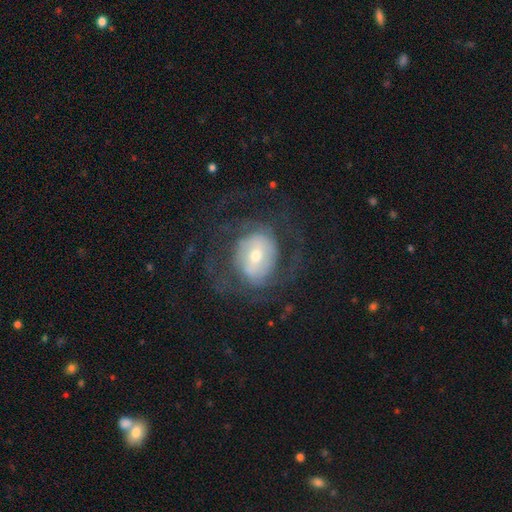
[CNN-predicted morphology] smooth_or_featured: featured or disk (p=0.71) [alt: smooth p=0.22]
disk_edge_on: no (p=0.96) [alt: yes p=0.04]
bar: weak (p=0.40) [alt: no p=0.35]
has_spiral_arms: yes (p=0.72) [alt: no p=0.28]
bulge_size: moderate (p=0.49) [alt: small p=0.41]
merging: none (p=0.65) [alt: major disturbance p=0.20]